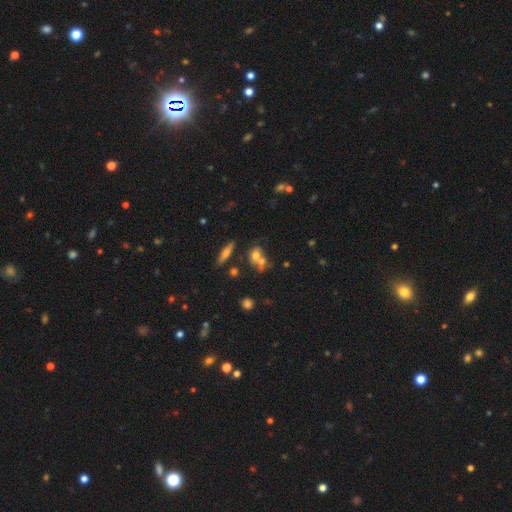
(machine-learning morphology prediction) A smooth galaxy with no disk features (60%) that is in between round and cigar-shaped (50%). Merging: merger (50%).